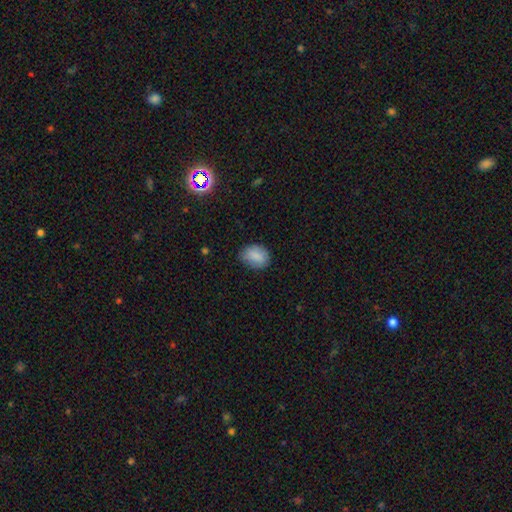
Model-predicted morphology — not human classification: A smooth galaxy with no disk features (86%) that is in between round and cigar-shaped (68%).

Vote fractions:
- Smooth or featured? smooth: 86% / star or artifact: 8% / featured or disk: 6%
- How rounded? in between: 68% / round: 31% / cigar-shaped: 1%
- Merging? none: 74% / minor disturbance: 21% / major disturbance: 4% / merger: 1%